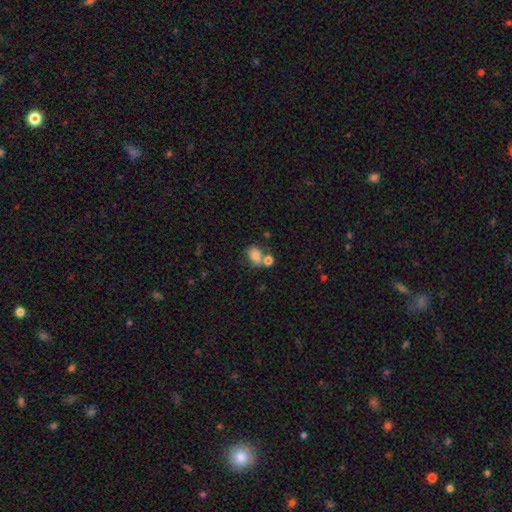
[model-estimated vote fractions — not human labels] This is likely a smooth galaxy (78%). How rounded: likely in between (68%). Merging: possibly none (45%).